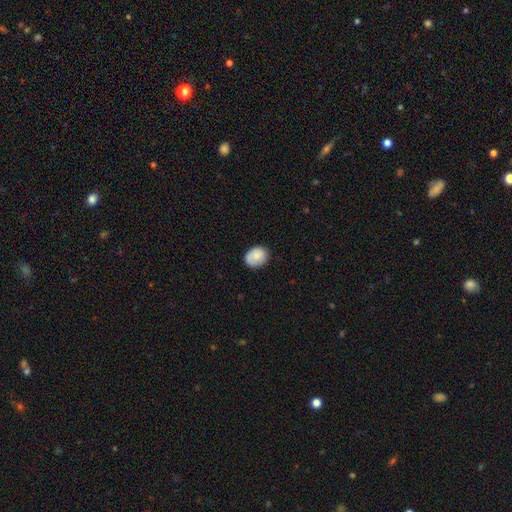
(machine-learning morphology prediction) Smooth or featured?
  - smooth: 79% *
  - featured or disk: 14%
  - star or artifact: 7%
How rounded?
  - round: 53% *
  - in between: 46%
  - cigar-shaped: 1%
Merging?
  - none: 78% *
  - minor disturbance: 18%
  - major disturbance: 4%
  - merger: 1%